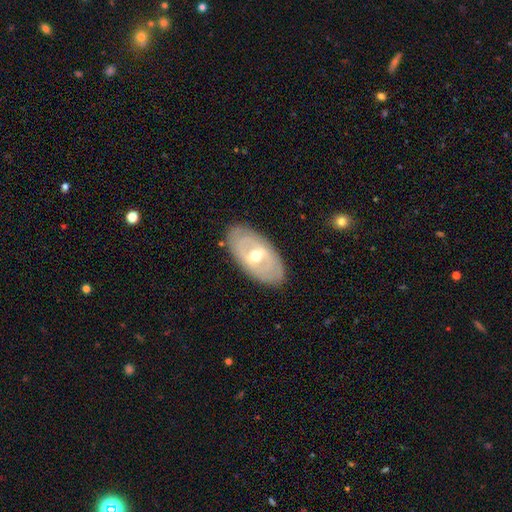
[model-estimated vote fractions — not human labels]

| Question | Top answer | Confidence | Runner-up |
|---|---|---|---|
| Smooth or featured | featured or disk | 69% | smooth (26%) |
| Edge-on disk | no | 89% | yes (11%) |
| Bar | weak | 46% | no (30%) |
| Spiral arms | no | 55% | yes (45%) |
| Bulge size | moderate | 68% | small (26%) |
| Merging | none | 84% | minor disturbance (12%) |